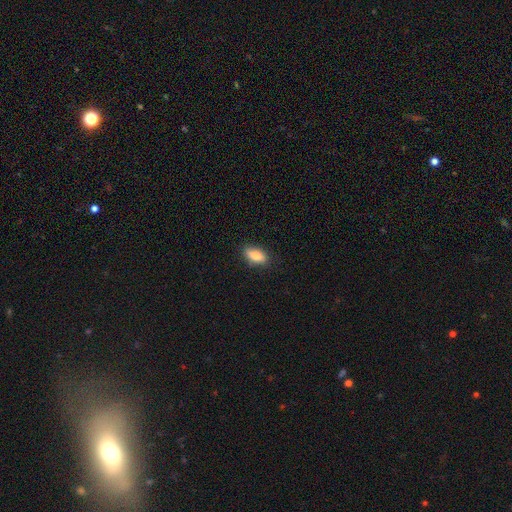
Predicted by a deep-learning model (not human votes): Smooth or featured?
  - smooth: 81% *
  - featured or disk: 12%
  - star or artifact: 7%
How rounded?
  - in between: 82% *
  - cigar-shaped: 14%
  - round: 4%
Merging?
  - none: 84% *
  - minor disturbance: 13%
  - major disturbance: 2%
  - merger: 1%